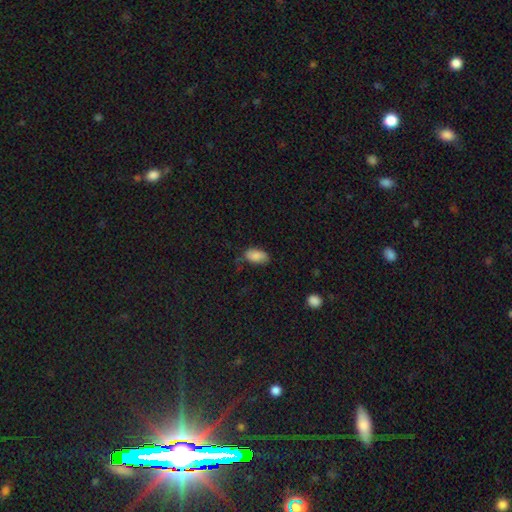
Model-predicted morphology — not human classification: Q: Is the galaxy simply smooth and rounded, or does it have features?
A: smooth — 85%.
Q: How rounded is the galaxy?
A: in between — 94%.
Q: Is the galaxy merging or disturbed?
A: none — 62%.